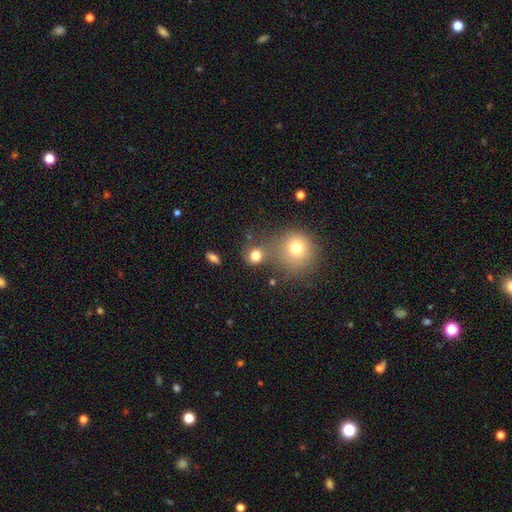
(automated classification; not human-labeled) smooth 78%, star or artifact 13%, featured or disk 9%. Down the decision tree: how rounded — round (81%); merging — none (53%).